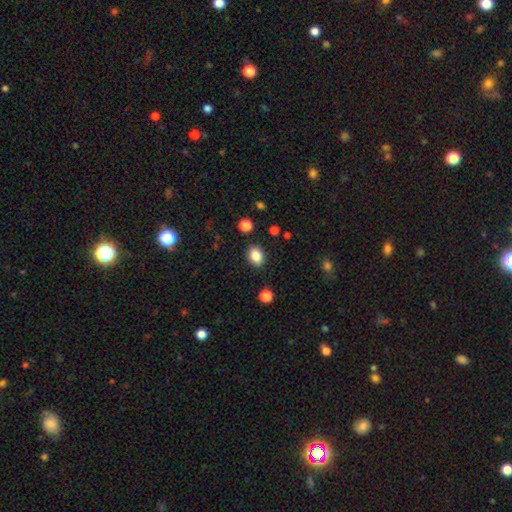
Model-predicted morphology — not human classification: smooth 85%, star or artifact 9%, featured or disk 5%. Down the decision tree: how rounded — in between (71%); merging — none (87%).